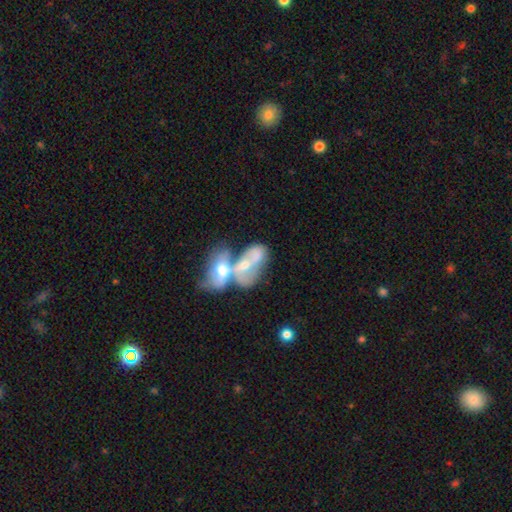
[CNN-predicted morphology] This appears to be a featured or disk galaxy (55%) with no bar (66%), no spiral arms (56%) and a moderate central bulge (54%). Merging: merger (74%).